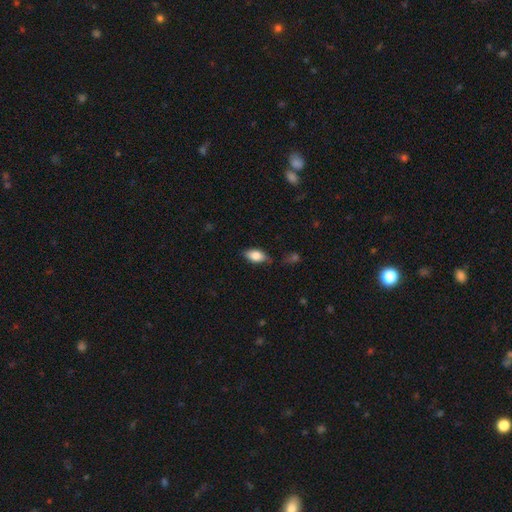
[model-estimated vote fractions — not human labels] Smooth or featured? Predicted: smooth (p=0.80). How rounded? Predicted: in between (p=0.90). Merging? Predicted: none (p=0.70).